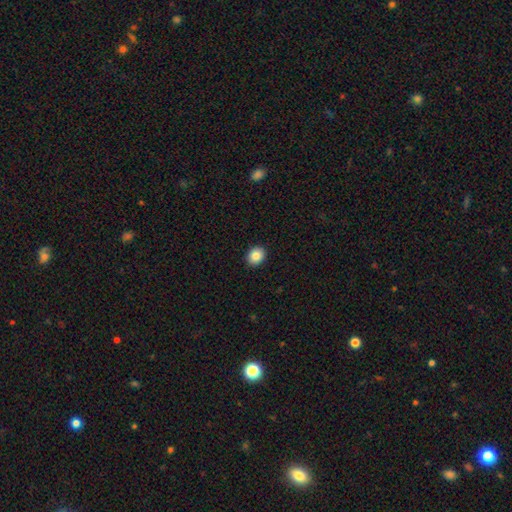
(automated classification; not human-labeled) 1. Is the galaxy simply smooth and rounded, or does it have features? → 86% smooth, 9% star or artifact, 5% featured or disk.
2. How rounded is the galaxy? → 60% round, 39% in between, 1% cigar-shaped.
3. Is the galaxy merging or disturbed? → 92% none, 6% minor disturbance, 2% major disturbance, 1% merger.